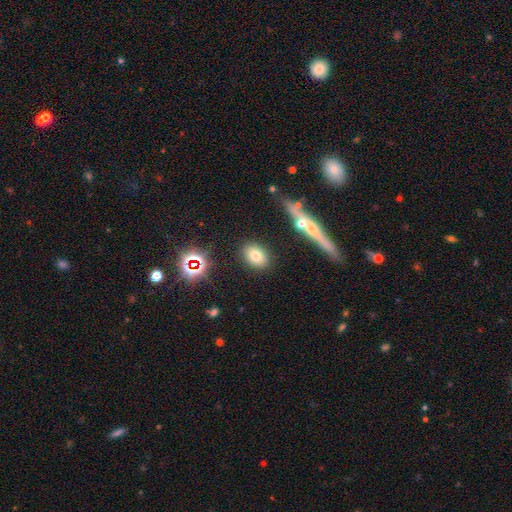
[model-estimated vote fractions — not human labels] This is likely a smooth galaxy (74%). How rounded: likely in between (67%). Merging: clearly none (85%).